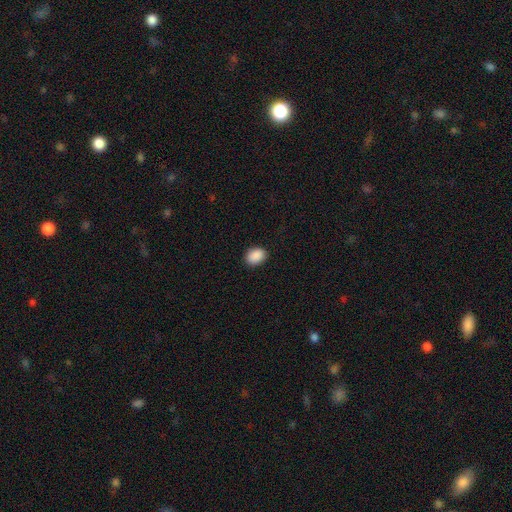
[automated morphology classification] Smooth or featured: smooth — 90% (star or artifact — 8%)
How rounded: in between — 69% (round — 30%)
Merging: none — 88% (minor disturbance — 9%)